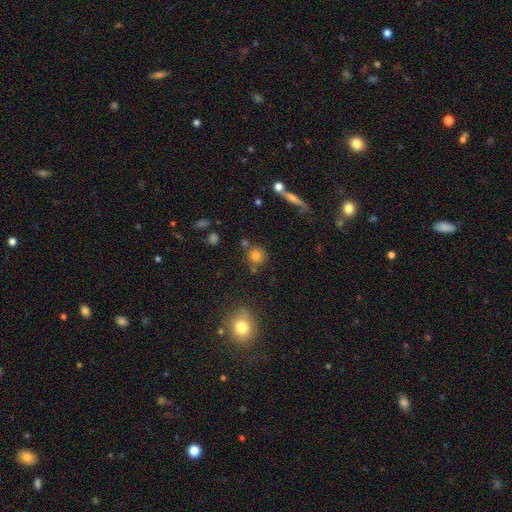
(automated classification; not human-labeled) Morphology: type=smooth (75%); roundness=round (91%); merging=none (75%).